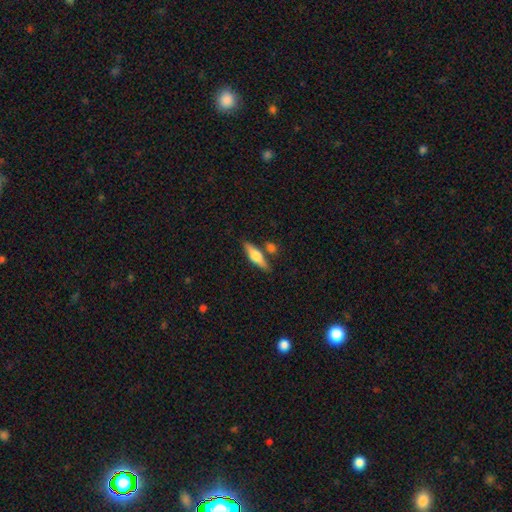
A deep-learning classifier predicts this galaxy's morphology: The model was most divided on "smooth or featured": featured or disk: 50%, smooth: 44%, star or artifact: 6%. More confident: merging — none (77%).